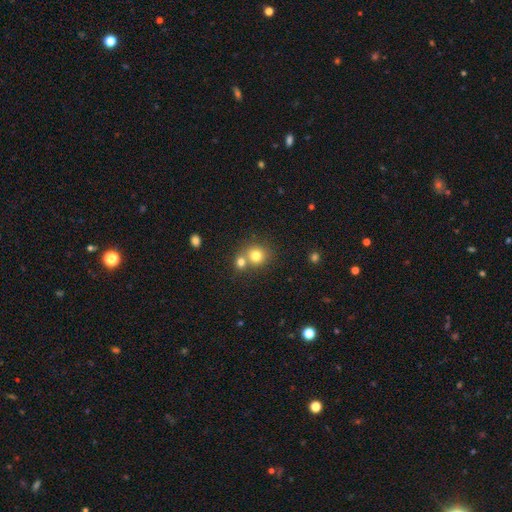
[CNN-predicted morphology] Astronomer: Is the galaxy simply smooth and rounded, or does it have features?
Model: smooth — 78%.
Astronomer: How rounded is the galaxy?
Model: round — 85%.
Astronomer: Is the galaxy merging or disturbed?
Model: none — 53% (runner-up: merger, 38%).